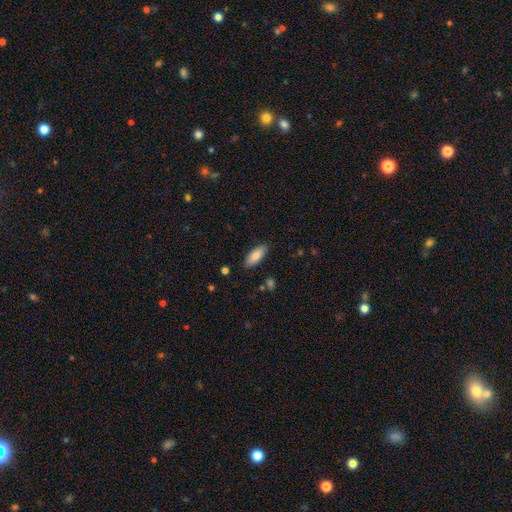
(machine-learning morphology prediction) Smooth or featured? smooth (85%)
How rounded? in between (79%)
Merging? none (87%)